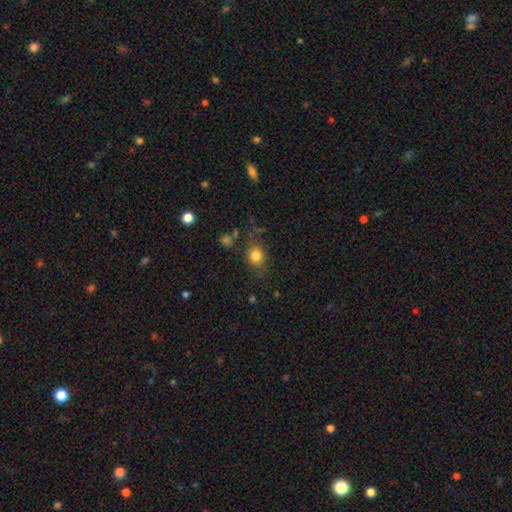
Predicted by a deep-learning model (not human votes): The model was most divided on "how rounded": round: 61%, in between: 37%, cigar-shaped: 1%. More confident: smooth or featured — smooth (80%); merging — none (69%).